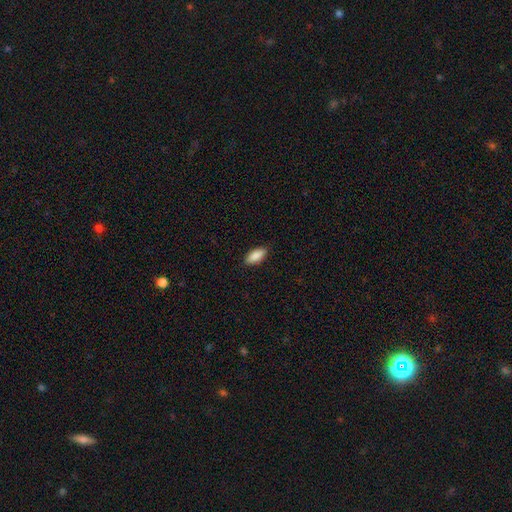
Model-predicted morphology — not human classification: Q: Smooth or featured?
A: smooth (87%); runner-up: featured or disk (6%)
Q: How rounded?
A: in between (83%); runner-up: cigar-shaped (15%)
Q: Merging?
A: none (87%); runner-up: minor disturbance (10%)